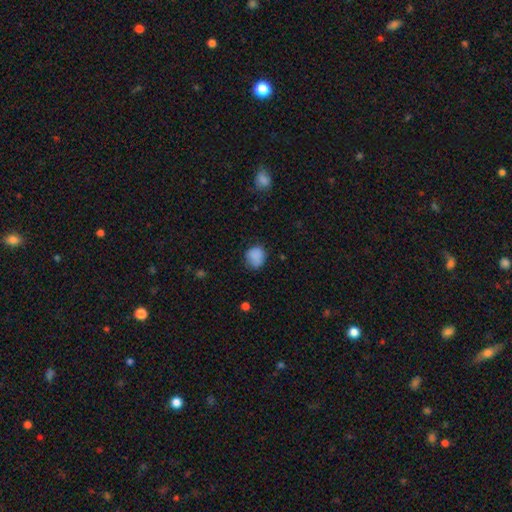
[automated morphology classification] Smooth or featured? smooth (85%)
How rounded? round (73%)
Merging? none (69%)